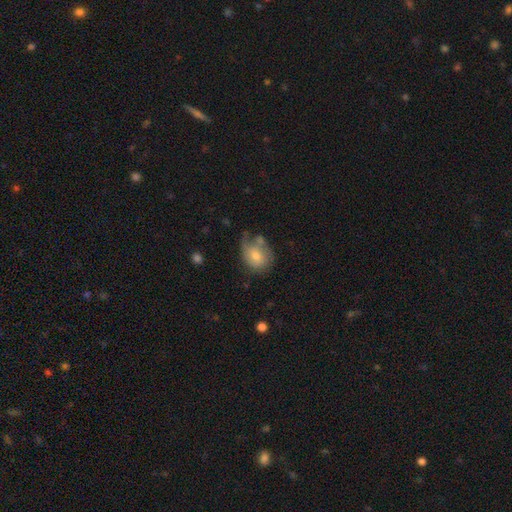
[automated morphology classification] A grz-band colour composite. It shows a smooth galaxy with no disk features (59%) that is in between round and cigar-shaped (52%). Merging: none (42%).